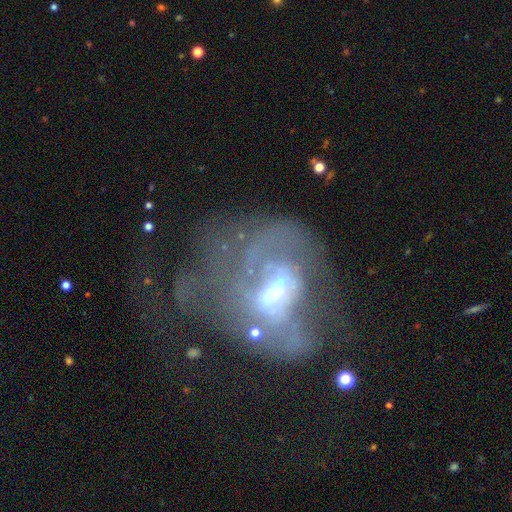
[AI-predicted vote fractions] Smooth or featured?
  - featured or disk: 72% *
  - smooth: 14%
  - star or artifact: 14%
Edge-on disk?
  - no: 95% *
  - yes: 5%
Bar?
  - weak: 41% *
  - no: 36%
  - strong: 23%
Spiral arms?
  - yes: 56% *
  - no: 44%
Bulge size?
  - moderate: 55% *
  - small: 23%
  - large: 14%
  - none: 7%
  - dominant: 2%
Merging?
  - major disturbance: 48% *
  - none: 27%
  - minor disturbance: 16%
  - merger: 9%